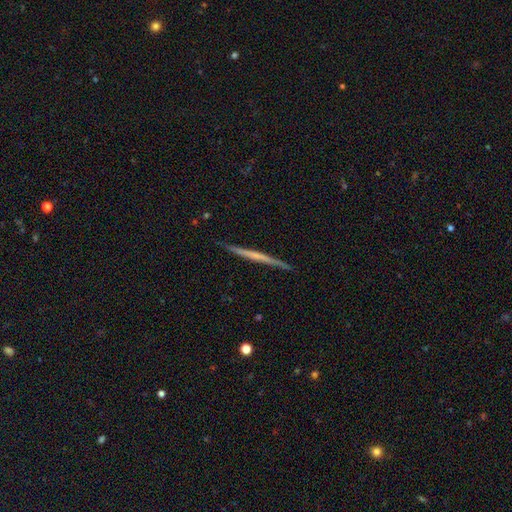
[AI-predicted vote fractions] featured or disk 64%, smooth 31%, star or artifact 5%. Down the decision tree: edge-on disk — yes (98%); edge-on bulge — none (79%); merging — none (91%).